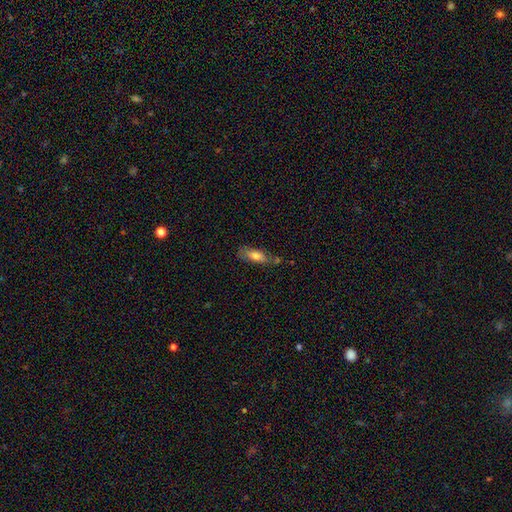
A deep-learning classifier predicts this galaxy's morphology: type=smooth (72%); roundness=in between (68%); merging=none (57%).